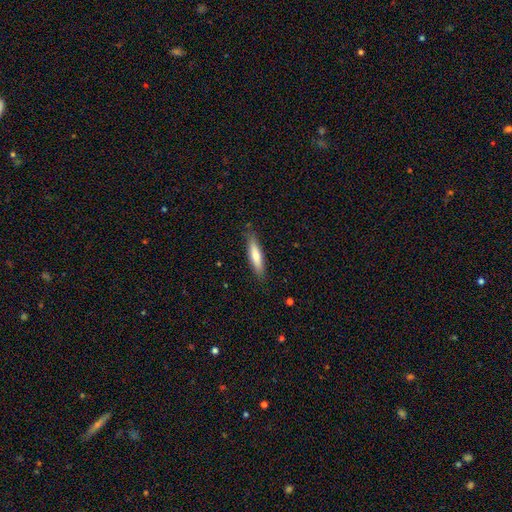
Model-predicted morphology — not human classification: Overall: smooth (70%). How rounded: cigar-shaped (80%). Merging: none (85%).